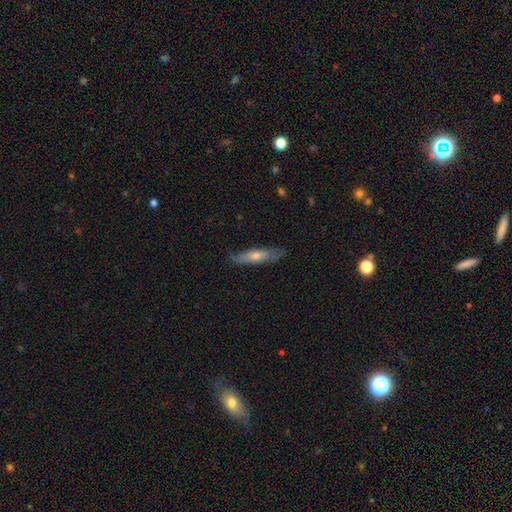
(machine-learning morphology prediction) smooth 49%, featured or disk 45%, star or artifact 6%. Down the decision tree: merging — none (80%).